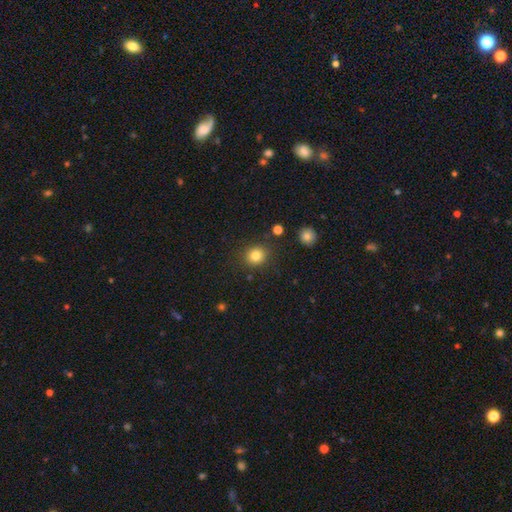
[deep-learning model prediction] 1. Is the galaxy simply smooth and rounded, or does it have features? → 83% smooth, 12% star or artifact, 6% featured or disk.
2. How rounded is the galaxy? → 84% round, 15% in between, 1% cigar-shaped.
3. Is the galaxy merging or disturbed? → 86% none, 9% minor disturbance, 3% major disturbance, 3% merger.